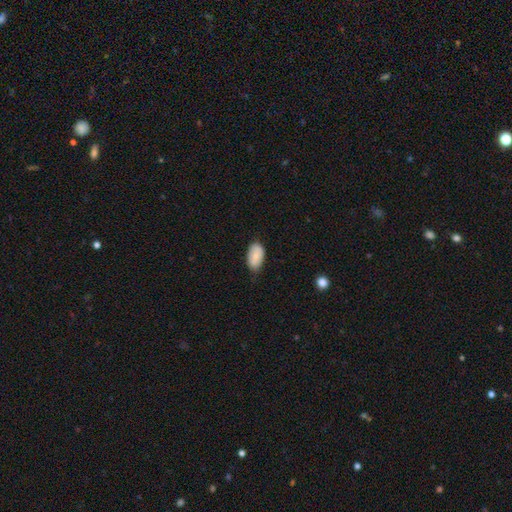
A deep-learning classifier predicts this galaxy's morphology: Q: Smooth or featured?
A: smooth (74%); runner-up: featured or disk (19%)
Q: How rounded?
A: in between (93%); runner-up: round (5%)
Q: Merging?
A: none (64%); runner-up: minor disturbance (30%)